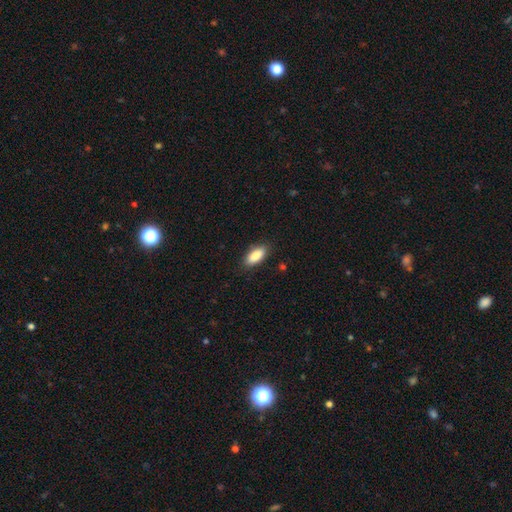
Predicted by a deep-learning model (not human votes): smooth-or-featured: smooth: 87% | featured or disk: 6% | star or artifact: 6%
  how-rounded: in between: 84% | cigar-shaped: 14% | round: 2%
  merging: none: 87% | minor disturbance: 10% | major disturbance: 2% | merger: 1%